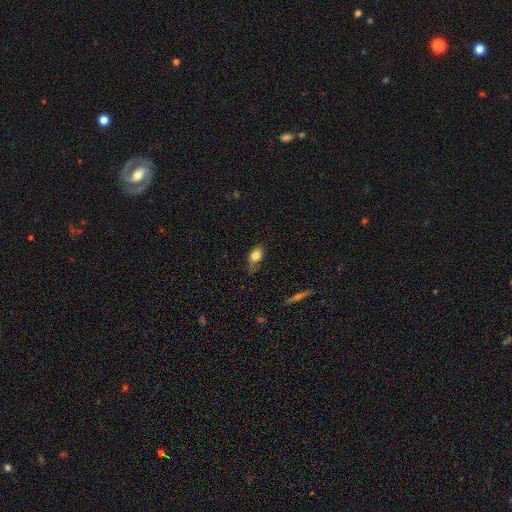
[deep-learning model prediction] smooth_or_featured: smooth (p=0.75) [alt: featured or disk p=0.16]
how_rounded: in between (p=0.78) [alt: round p=0.16]
merging: none (p=0.57) [alt: minor disturbance p=0.31]